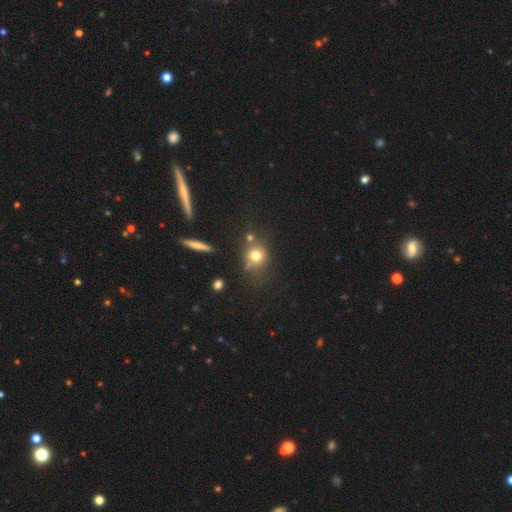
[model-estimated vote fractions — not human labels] smooth 74%, star or artifact 14%, featured or disk 12%. Down the decision tree: how rounded — round (77%); merging — none (60%).